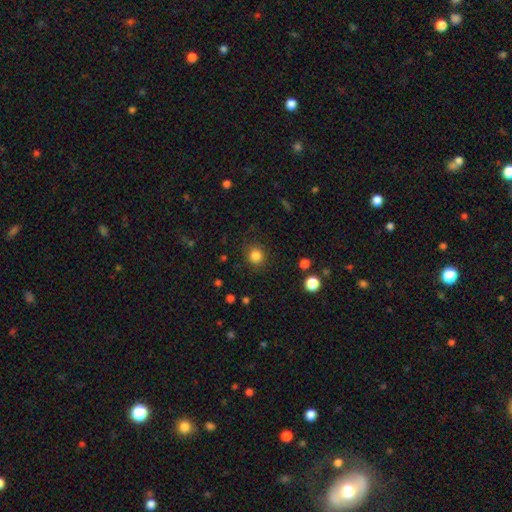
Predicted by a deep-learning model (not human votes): smooth-or-featured: smooth: 83% | star or artifact: 12% | featured or disk: 5%
  how-rounded: round: 89% | in between: 10% | cigar-shaped: 1%
  merging: none: 87% | minor disturbance: 8% | major disturbance: 3% | merger: 1%